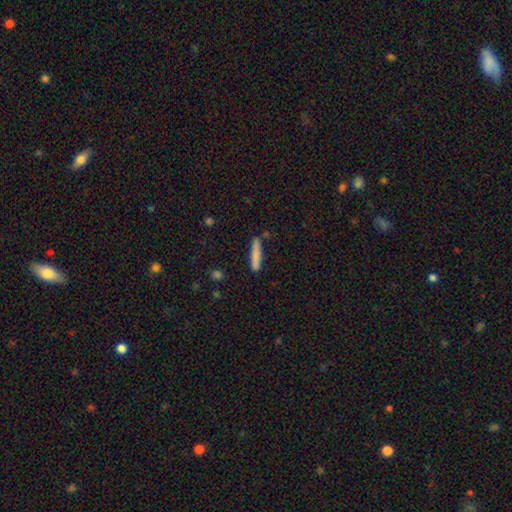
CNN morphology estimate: type=smooth (79%); roundness=cigar-shaped (92%); merging=none (81%).